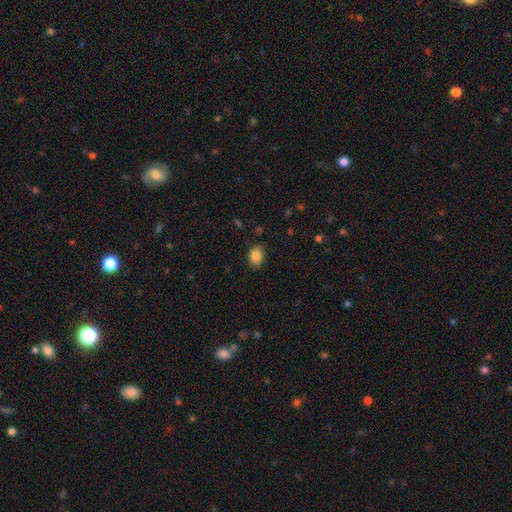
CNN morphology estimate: Overall: smooth (85%). How rounded: in between (68%; round 31%). Merging: none (82%).